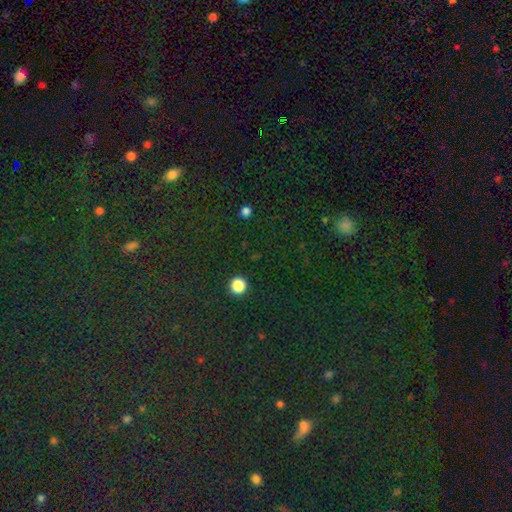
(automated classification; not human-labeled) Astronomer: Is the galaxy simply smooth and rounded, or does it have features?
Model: star or artifact — 78%.